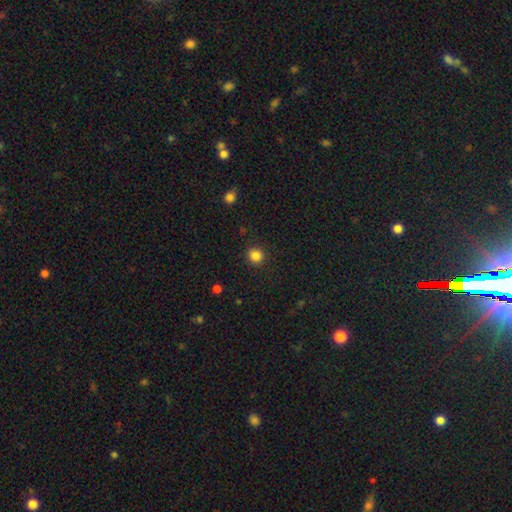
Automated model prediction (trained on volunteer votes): Morphology: type=smooth (85%); roundness=round (92%); merging=none (91%).